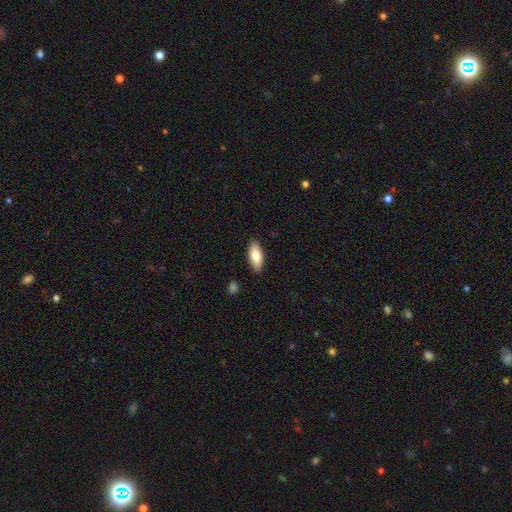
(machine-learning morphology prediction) Smooth or featured: smooth — 78% (featured or disk — 16%)
How rounded: in between — 80% (cigar-shaped — 18%)
Merging: none — 88% (minor disturbance — 9%)